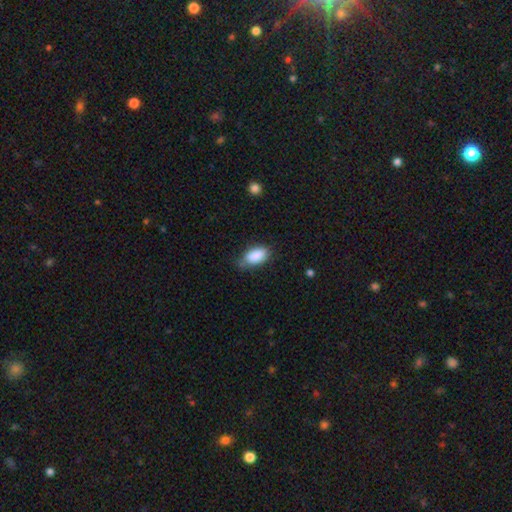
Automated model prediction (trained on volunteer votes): A smooth galaxy with no disk features (87%) that is in between round and cigar-shaped (92%). Merging: none (62%).